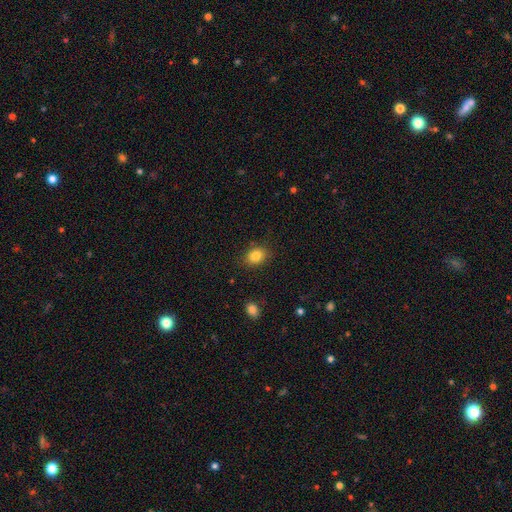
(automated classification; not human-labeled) This is clearly a smooth galaxy (84%). How rounded: possibly in between (60%). Merging: clearly none (85%).